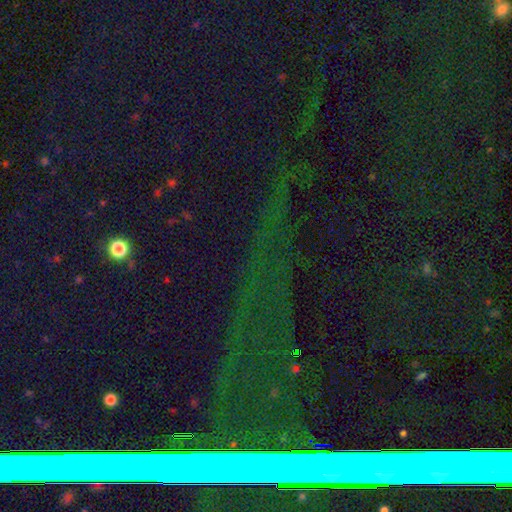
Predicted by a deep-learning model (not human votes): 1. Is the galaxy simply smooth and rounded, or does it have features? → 76% star or artifact, 14% smooth, 10% featured or disk.